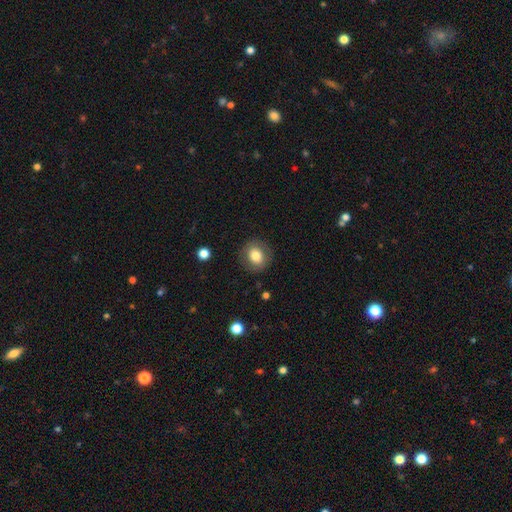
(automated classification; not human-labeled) A smooth galaxy with no disk features (78%) that is round (78%).

Vote fractions:
- Smooth or featured? smooth: 78% / featured or disk: 13% / star or artifact: 9%
- How rounded? round: 78% / in between: 21% / cigar-shaped: 1%
- Merging? none: 86% / minor disturbance: 9% / major disturbance: 4% / merger: 1%